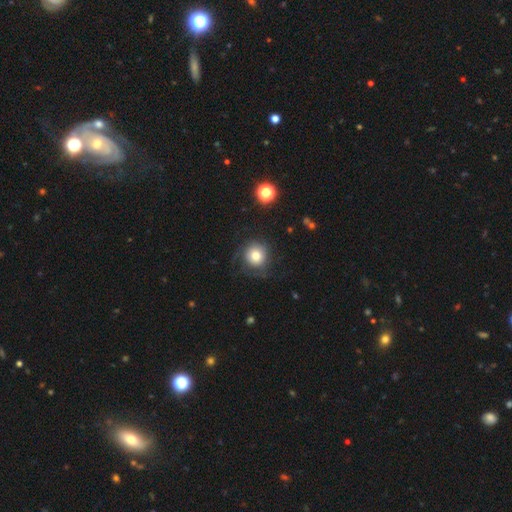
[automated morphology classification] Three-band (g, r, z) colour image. It shows a smooth galaxy with no disk features (72%) that is round (92%). Merging: none (67%).